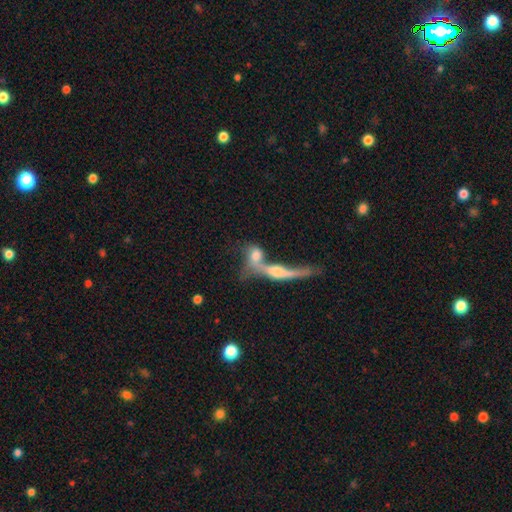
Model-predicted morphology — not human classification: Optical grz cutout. It shows a smooth galaxy with no disk features (52%) that is in between round and cigar-shaped (51%). Merging: merger (69%).